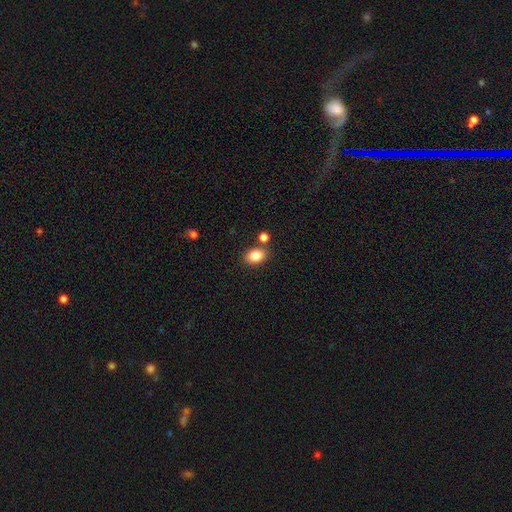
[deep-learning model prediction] smooth_or_featured: smooth (p=0.85) [alt: star or artifact p=0.09]
how_rounded: in between (p=0.73) [alt: round p=0.26]
merging: none (p=0.76) [alt: merger p=0.11]